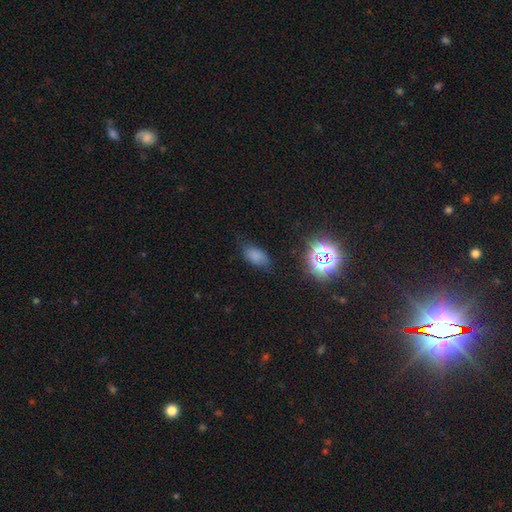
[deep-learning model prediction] Overall: smooth (75%). How rounded: in between (90%). Merging: none (71%).